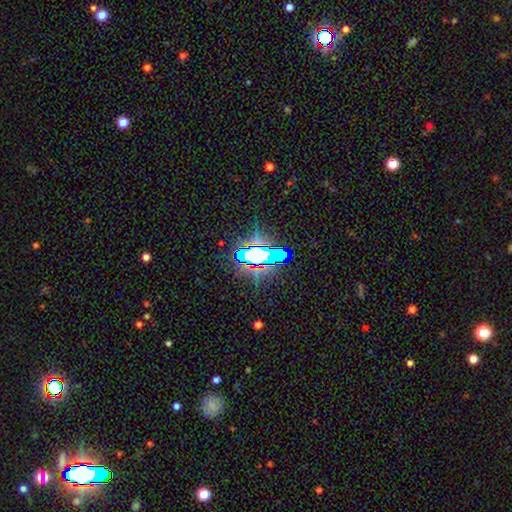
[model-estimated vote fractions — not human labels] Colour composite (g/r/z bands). It shows a star or artifact, not a galaxy (63%).